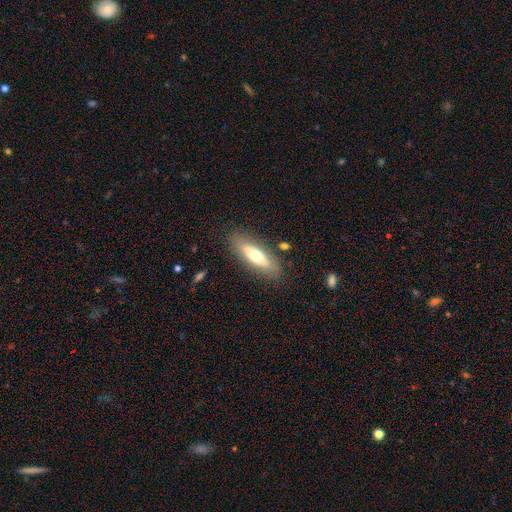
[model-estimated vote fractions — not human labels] This is possibly a smooth galaxy (56%). How rounded: possibly in between (54%). Merging: clearly none (82%).